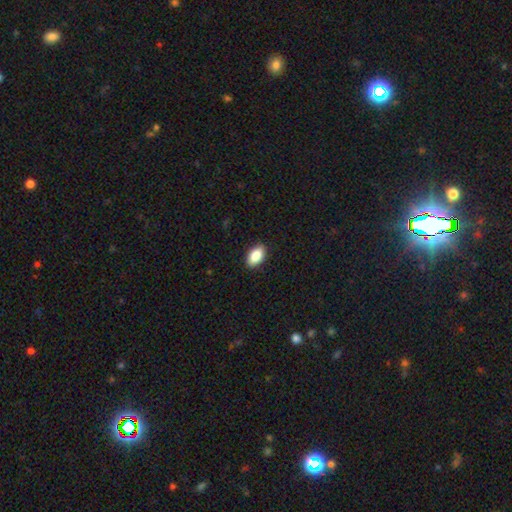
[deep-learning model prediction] Smooth or featured? Predicted: smooth (p=0.88). How rounded? Predicted: in between (p=0.93). Merging? Predicted: none (p=0.89).